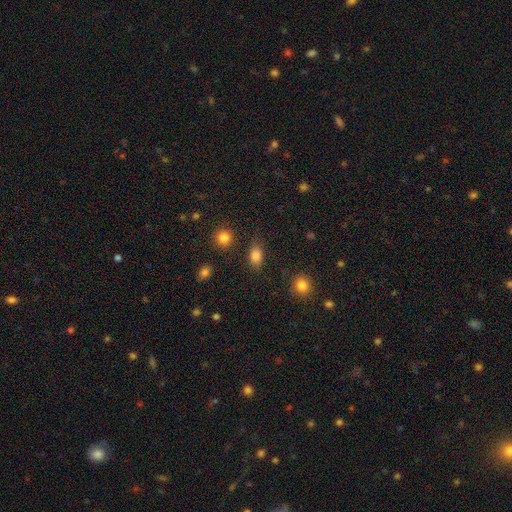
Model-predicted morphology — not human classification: smooth 84%, star or artifact 10%, featured or disk 7%. Down the decision tree: how rounded — in between (78%); merging — none (75%).